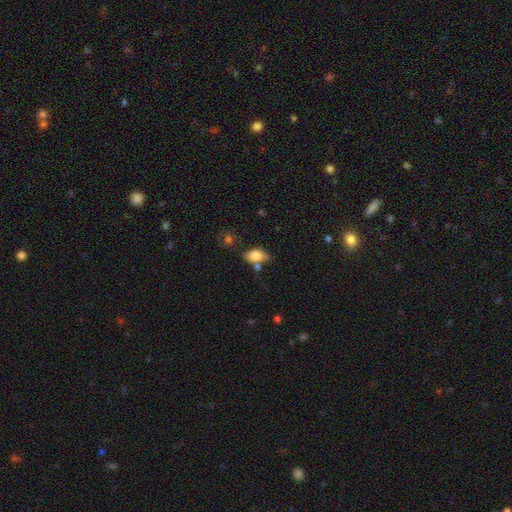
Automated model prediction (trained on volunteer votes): This appears to be a smooth galaxy with no disk features (78%) that is in between round and cigar-shaped (87%). Merging: none (53%).